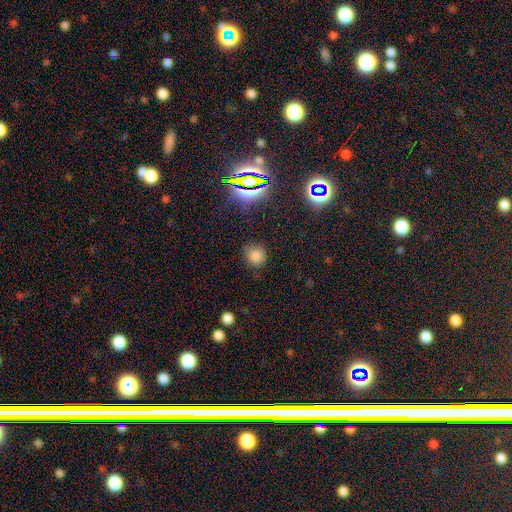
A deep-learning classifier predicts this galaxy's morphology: Q: Smooth or featured?
A: smooth (77%); runner-up: star or artifact (18%)
Q: How rounded?
A: round (88%); runner-up: in between (11%)
Q: Merging?
A: none (80%); runner-up: minor disturbance (14%)